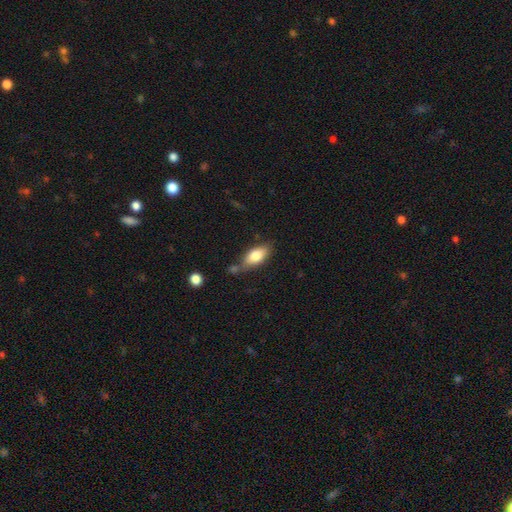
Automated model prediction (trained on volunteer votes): smooth 77%, featured or disk 16%, star or artifact 7%. Down the decision tree: how rounded — in between (86%); merging — none (59%).